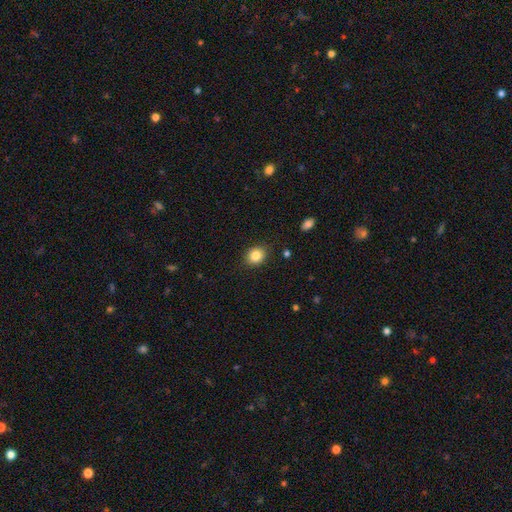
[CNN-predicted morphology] The model was most divided on "how rounded": round: 66%, in between: 33%, cigar-shaped: 1%. More confident: merging — none (87%); smooth or featured — smooth (85%).